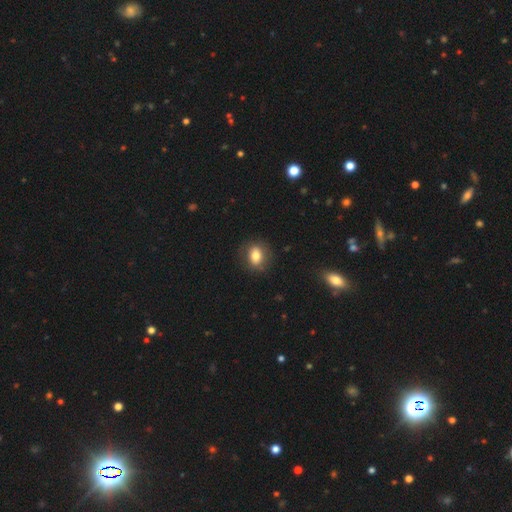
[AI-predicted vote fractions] Q: Smooth or featured?
A: smooth (77%); runner-up: featured or disk (14%)
Q: How rounded?
A: in between (50%); runner-up: round (49%)
Q: Merging?
A: none (83%); runner-up: minor disturbance (12%)